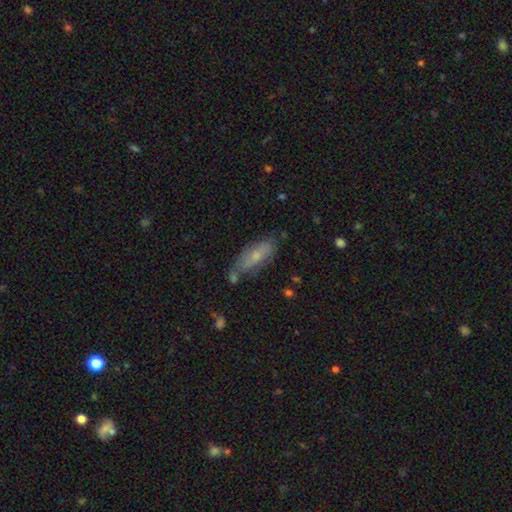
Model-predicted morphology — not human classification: Smooth or featured? Predicted: smooth (p=0.64). How rounded? Predicted: in between (p=0.61). Merging? Predicted: none (p=0.64).